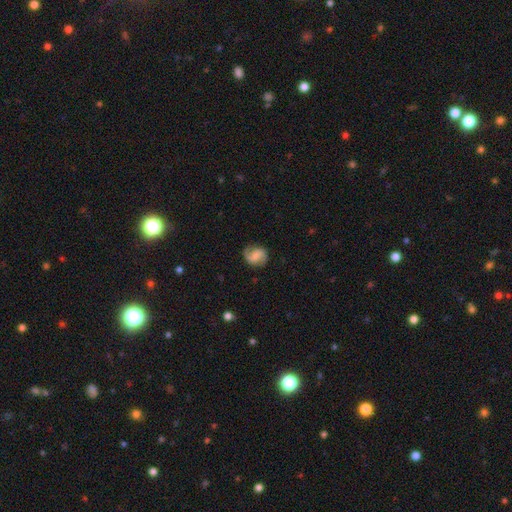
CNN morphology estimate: smooth-or-featured: featured or disk: 68% | smooth: 24% | star or artifact: 8%
  disk-edge-on: no: 98% | yes: 2%
    bar: weak: 46% | no: 39% | strong: 15%
    has-spiral-arms: yes: 95% | no: 5%
      spiral-winding: medium: 46% | loose: 33% | tight: 20%
      spiral-arm-count: 2: 86% | 1: 6% | can't tell: 4% | 3: 1% | 4: 1% | more than 4: 1%
    bulge-size: none: 42% | small: 23% | moderate: 20% | large: 12% | dominant: 3%
  merging: none: 78% | minor disturbance: 15% | major disturbance: 6% | merger: 1%